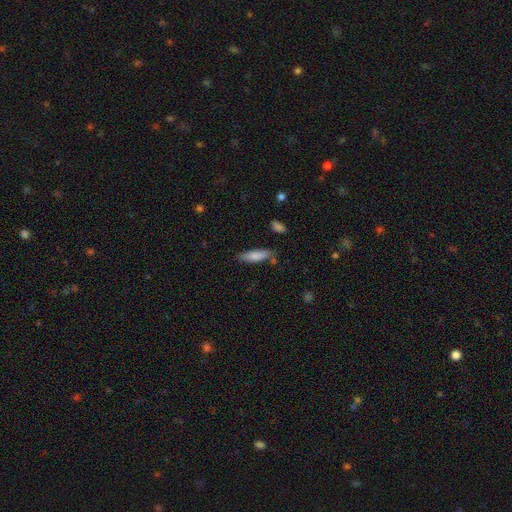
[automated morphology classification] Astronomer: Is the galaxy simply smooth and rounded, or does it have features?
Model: smooth — 81%.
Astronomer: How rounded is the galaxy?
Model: cigar-shaped — 60% (runner-up: in between, 39%).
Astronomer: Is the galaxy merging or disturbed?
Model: none — 75%.